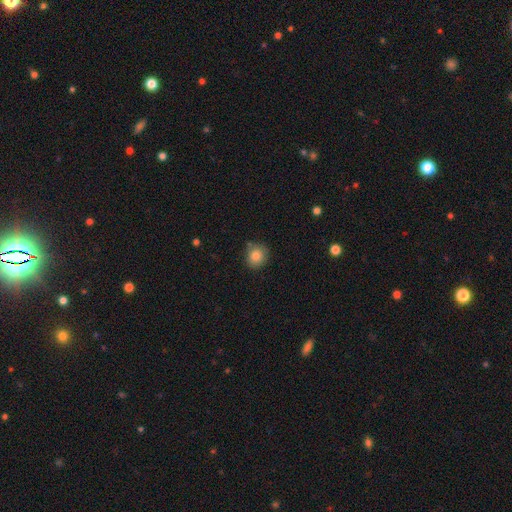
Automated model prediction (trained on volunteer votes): smooth 84%, star or artifact 9%, featured or disk 6%. Down the decision tree: how rounded — round (80%); merging — none (80%).